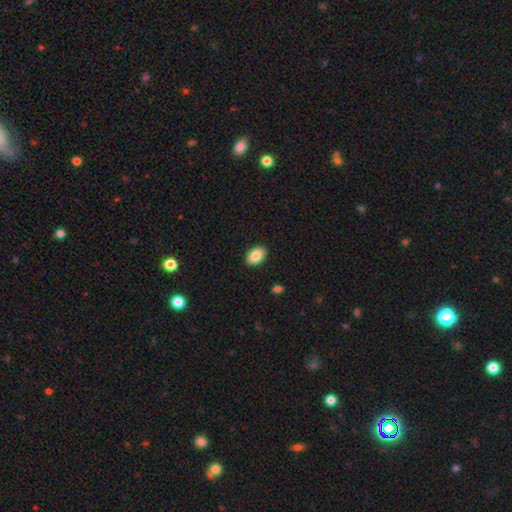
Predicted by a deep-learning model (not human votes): Q: Smooth or featured?
A: smooth (86%); runner-up: star or artifact (7%)
Q: How rounded?
A: in between (88%); runner-up: round (11%)
Q: Merging?
A: none (90%); runner-up: minor disturbance (7%)